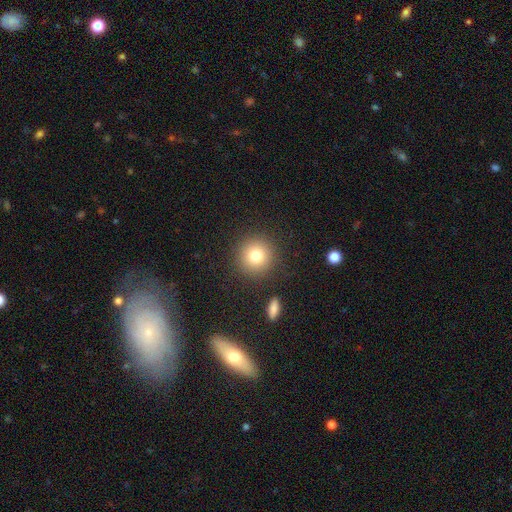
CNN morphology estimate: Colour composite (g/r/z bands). It shows a smooth galaxy with no disk features (79%) that is round (94%). Merging: none (89%).